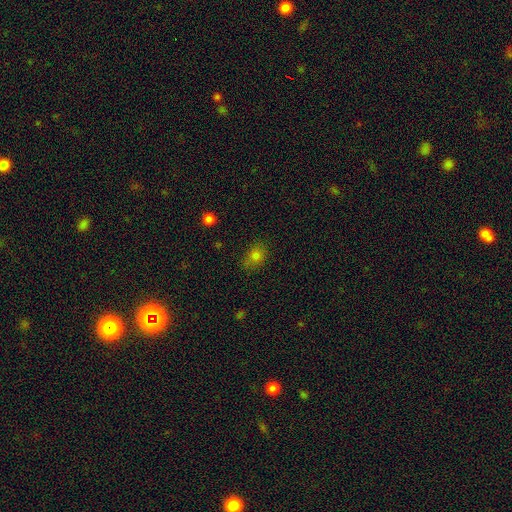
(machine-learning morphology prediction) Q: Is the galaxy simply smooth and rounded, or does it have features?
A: smooth — 77%.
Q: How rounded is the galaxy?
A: in between — 60%.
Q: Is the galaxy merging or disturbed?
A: none — 74%.